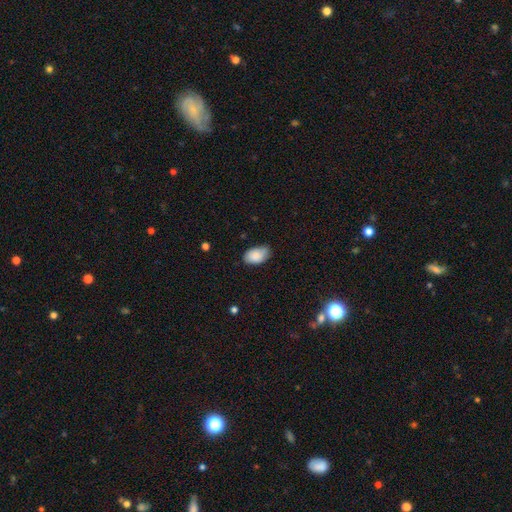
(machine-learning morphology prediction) smooth_or_featured: smooth (p=0.87) [alt: star or artifact p=0.07]
how_rounded: in between (p=0.93) [alt: round p=0.06]
merging: none (p=0.71) [alt: minor disturbance p=0.24]